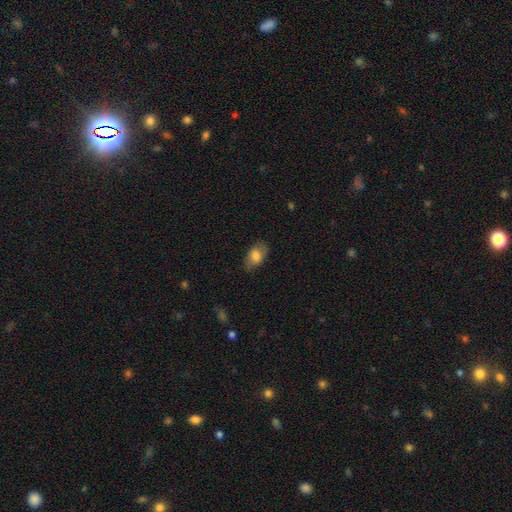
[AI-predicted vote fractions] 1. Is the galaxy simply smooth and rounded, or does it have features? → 76% smooth, 17% featured or disk, 7% star or artifact.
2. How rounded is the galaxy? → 90% in between, 8% round, 3% cigar-shaped.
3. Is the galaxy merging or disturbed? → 76% none, 18% minor disturbance, 5% major disturbance, 1% merger.